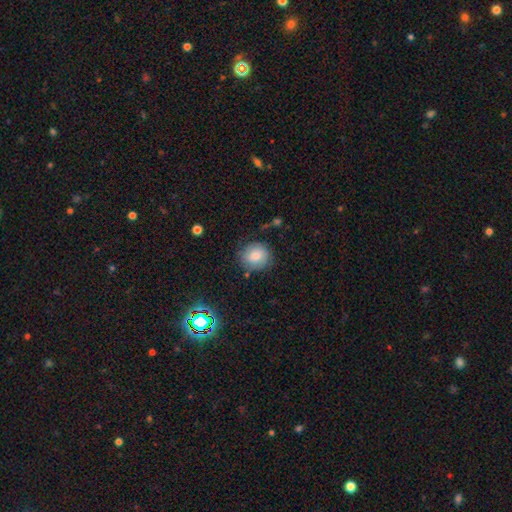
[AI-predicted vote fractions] Smooth or featured: smooth — 75% (featured or disk — 15%)
How rounded: round — 79% (in between — 20%)
Merging: none — 78% (minor disturbance — 15%)